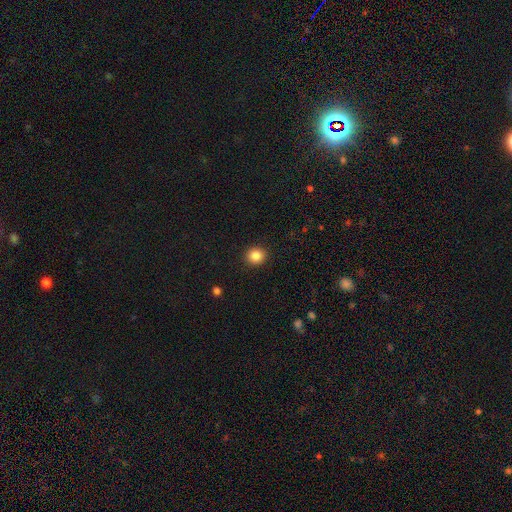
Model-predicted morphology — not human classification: smooth 86%, star or artifact 10%, featured or disk 4%. Down the decision tree: how rounded — round (84%); merging — none (91%).